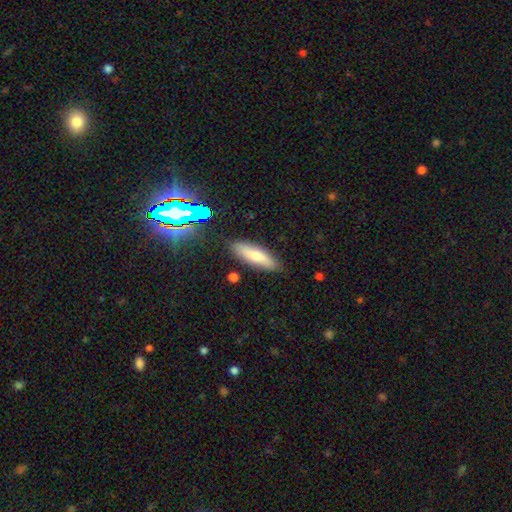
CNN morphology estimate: This is likely a smooth galaxy (70%). How rounded: possibly cigar-shaped (55%). Merging: clearly none (85%).